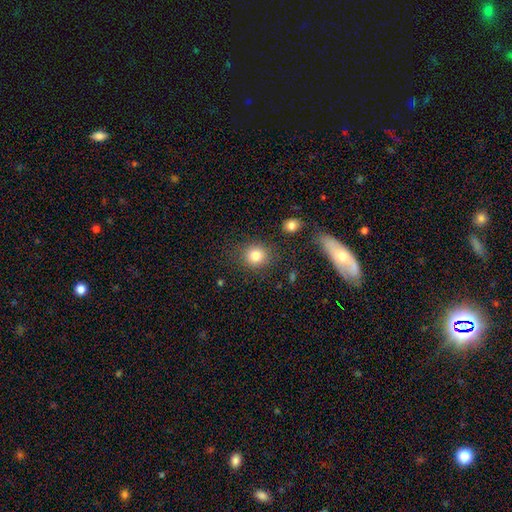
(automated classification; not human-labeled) Q: Smooth or featured?
A: smooth (83%); runner-up: star or artifact (11%)
Q: How rounded?
A: round (83%); runner-up: in between (16%)
Q: Merging?
A: none (83%); runner-up: minor disturbance (10%)